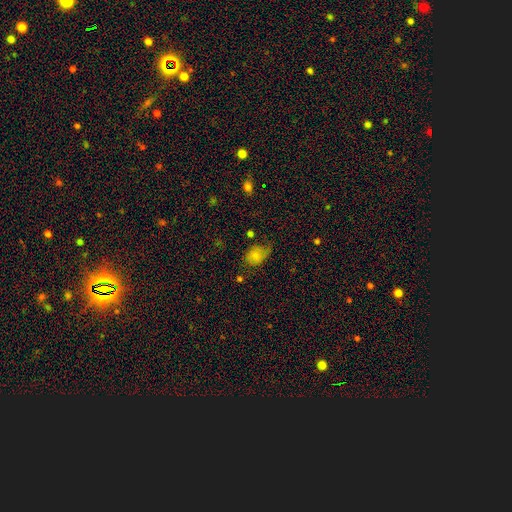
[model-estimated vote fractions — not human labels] Smooth or featured? smooth (72%)
How rounded? in between (71%)
Merging? none (44%)